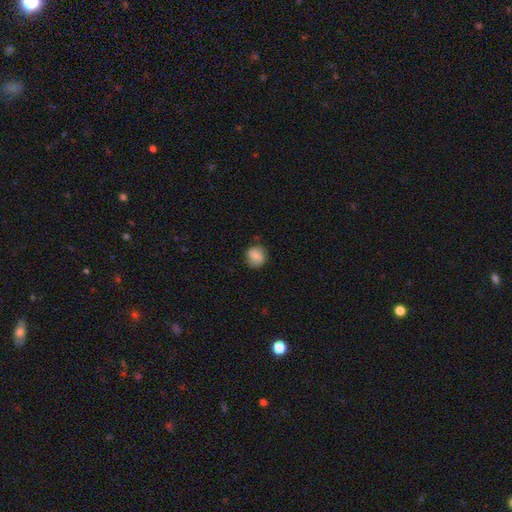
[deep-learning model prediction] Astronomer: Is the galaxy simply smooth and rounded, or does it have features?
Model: smooth — 68%.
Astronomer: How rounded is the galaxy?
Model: round — 82%.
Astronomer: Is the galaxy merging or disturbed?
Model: none — 77%.